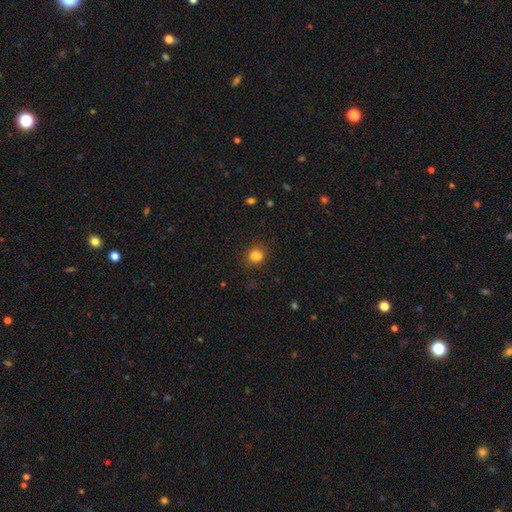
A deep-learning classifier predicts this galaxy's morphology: type=smooth (79%); roundness=round (74%); merging=none (66%).